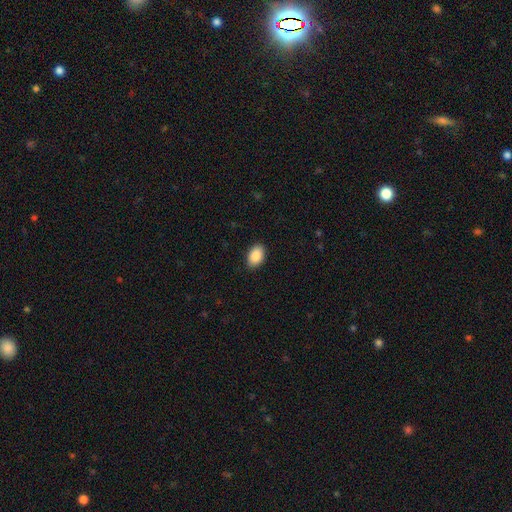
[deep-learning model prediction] A smooth galaxy with no disk features (89%) that is in between round and cigar-shaped (89%). Merging: none (89%).